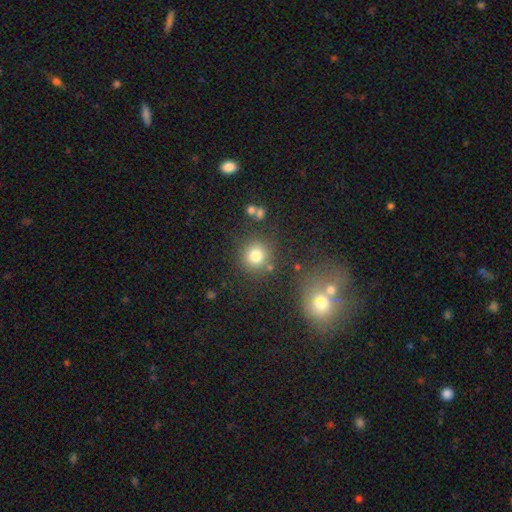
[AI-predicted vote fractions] Overall: smooth (79%). How rounded: round (91%). Merging: none (79%).